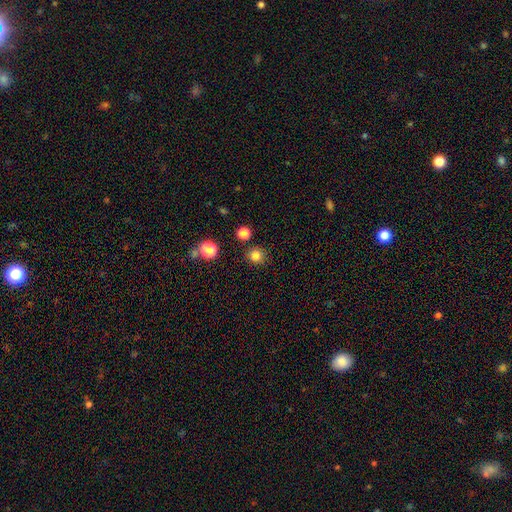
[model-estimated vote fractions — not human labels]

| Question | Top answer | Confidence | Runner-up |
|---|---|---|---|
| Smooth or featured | smooth | 82% | star or artifact (14%) |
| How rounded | round | 92% | in between (7%) |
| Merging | none | 86% | minor disturbance (7%) |